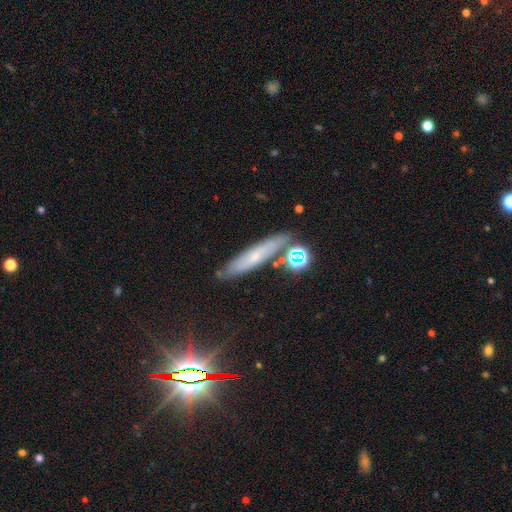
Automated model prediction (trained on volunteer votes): Overall: smooth (45%; featured or disk 37%). Merging: none (77%).